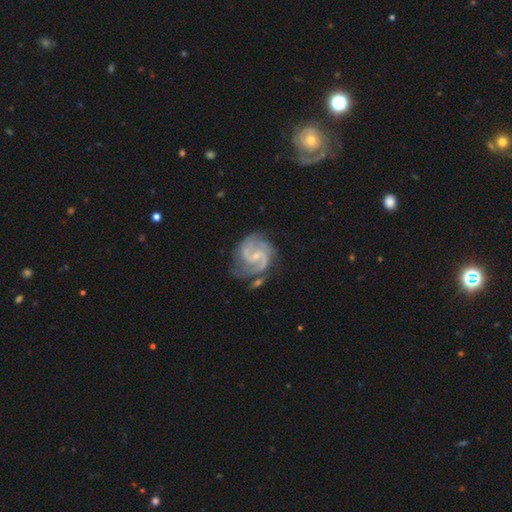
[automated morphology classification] A featured or disk galaxy (92%) with a weak bar (49%), 2 (74%) medium (55%) spiral arms (98%) and a small central bulge (73%). Merging: none (62%).